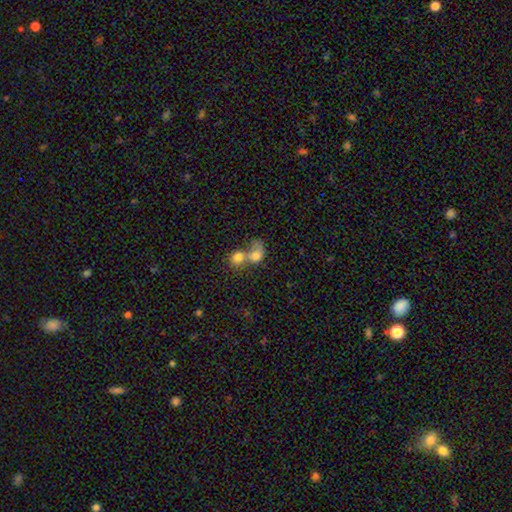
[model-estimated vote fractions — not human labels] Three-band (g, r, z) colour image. It shows a smooth galaxy with no disk features (74%) that is round (59%). Merging: merger (74%).